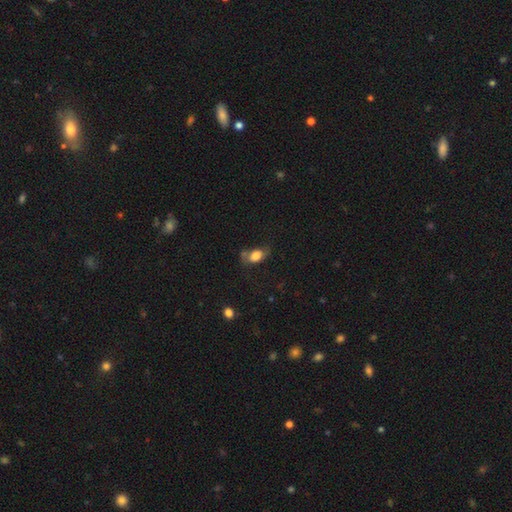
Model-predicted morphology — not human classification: A smooth galaxy with no disk features (72%) that is in between round and cigar-shaped (83%). Merging: none (45%).